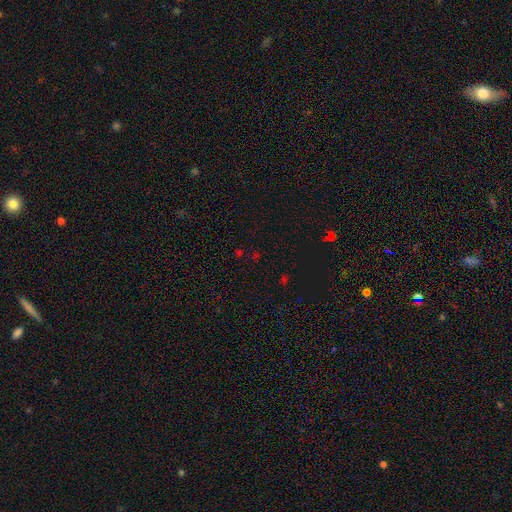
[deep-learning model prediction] star or artifact 63%, smooth 30%, featured or disk 7%.